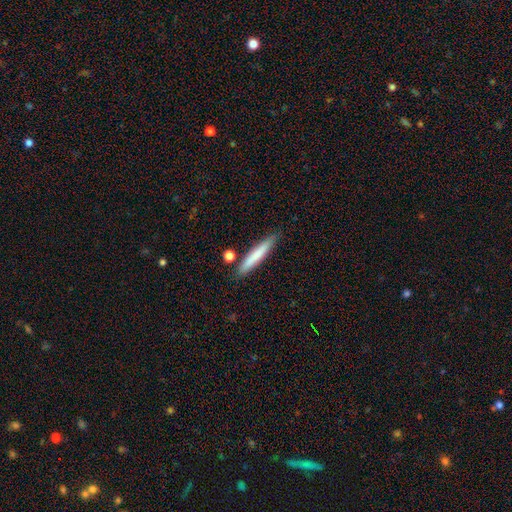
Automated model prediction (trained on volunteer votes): smooth 71%, featured or disk 23%, star or artifact 6%. Down the decision tree: how rounded — cigar-shaped (93%); merging — none (81%).